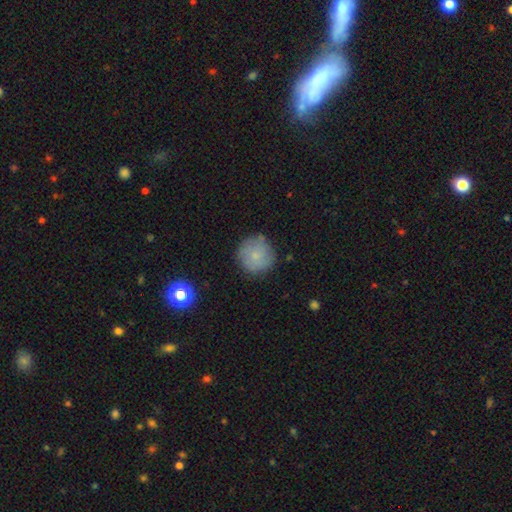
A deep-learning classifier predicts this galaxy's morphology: Smooth or featured?
  - smooth: 74% *
  - featured or disk: 18%
  - star or artifact: 8%
How rounded?
  - round: 94% *
  - in between: 5%
  - cigar-shaped: 1%
Merging?
  - none: 81% *
  - minor disturbance: 14%
  - major disturbance: 3%
  - merger: 2%